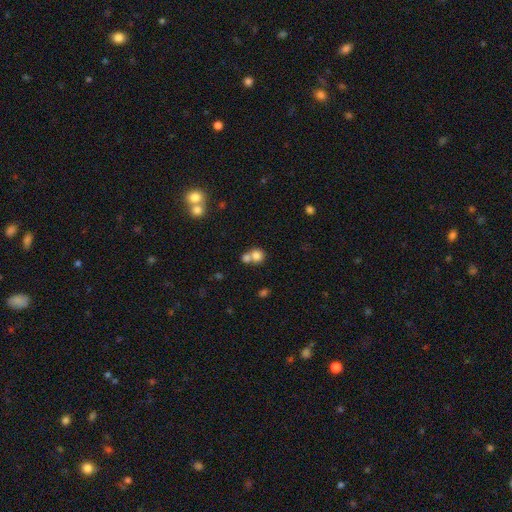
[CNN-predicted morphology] A smooth galaxy with no disk features (78%) that is round (82%). Merging: merger (54%).